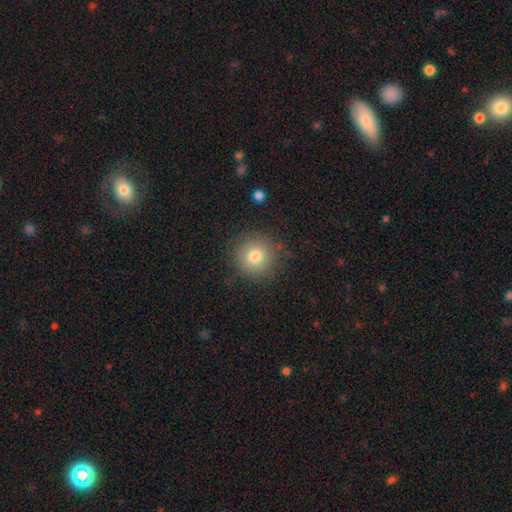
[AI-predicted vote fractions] This is likely a smooth galaxy (79%). How rounded: clearly round (94%). Merging: clearly none (84%).